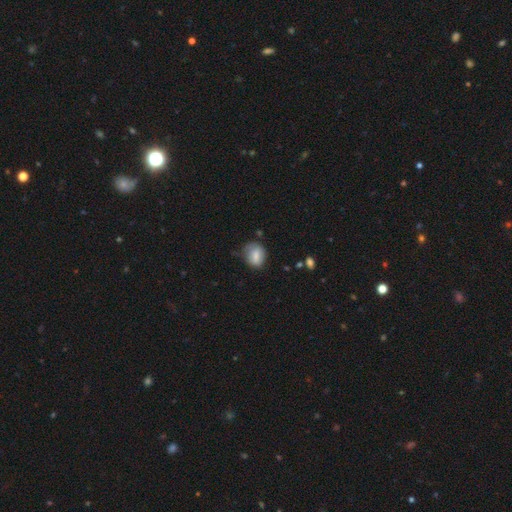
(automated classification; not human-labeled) smooth 74%, featured or disk 18%, star or artifact 8%. Down the decision tree: how rounded — in between (54%); merging — none (60%).